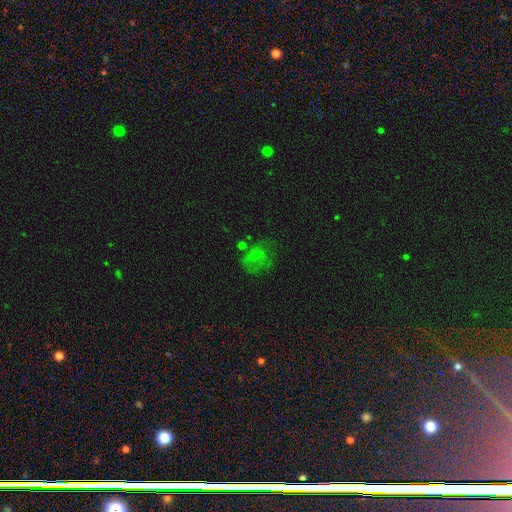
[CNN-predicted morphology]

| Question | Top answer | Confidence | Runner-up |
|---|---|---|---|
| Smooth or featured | smooth | 48% | star or artifact (28%) |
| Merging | none | 48% | major disturbance (24%) |